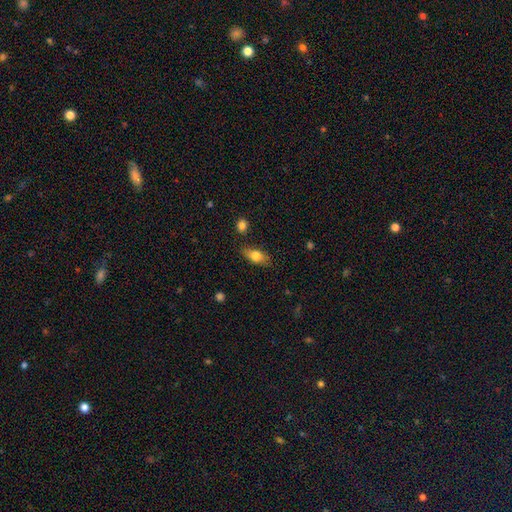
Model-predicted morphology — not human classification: A smooth galaxy with no disk features (72%) that is in between round and cigar-shaped (78%). Merging: none (80%).